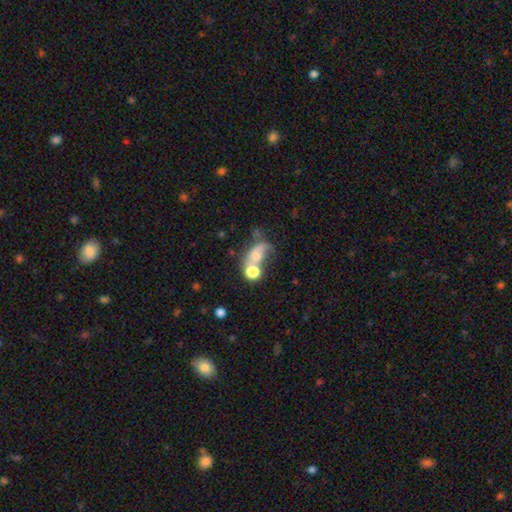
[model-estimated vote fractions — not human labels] smooth-or-featured: smooth: 54% | featured or disk: 31% | star or artifact: 15%
  how-rounded: in between: 64% | round: 32% | cigar-shaped: 5%
  merging: merger: 43% | none: 22% | major disturbance: 21% | minor disturbance: 14%